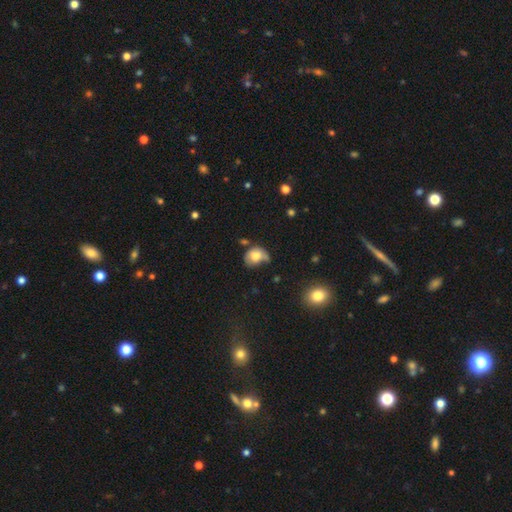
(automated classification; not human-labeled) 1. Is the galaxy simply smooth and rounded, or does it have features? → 72% smooth, 19% featured or disk, 10% star or artifact.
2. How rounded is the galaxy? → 52% round, 47% in between, 1% cigar-shaped.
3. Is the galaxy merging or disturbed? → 34% minor disturbance, 31% none, 21% major disturbance, 14% merger.